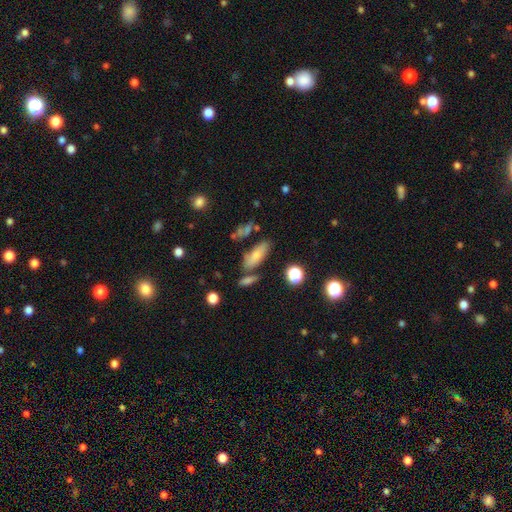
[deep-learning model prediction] This is likely a smooth galaxy (73%). How rounded: likely in between (74%). Merging: likely none (65%).